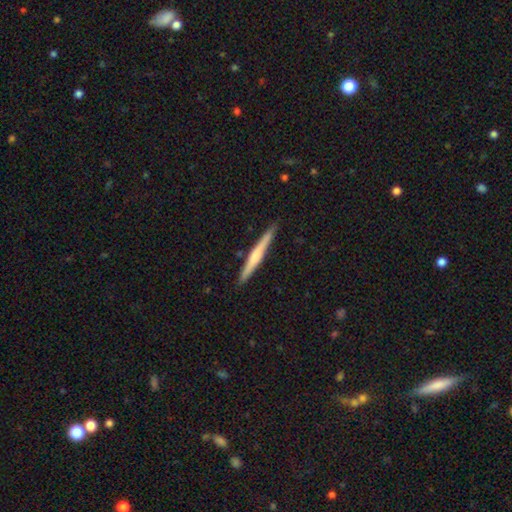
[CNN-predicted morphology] Smooth or featured? Predicted: featured or disk (p=0.49). Merging? Predicted: none (p=0.88).